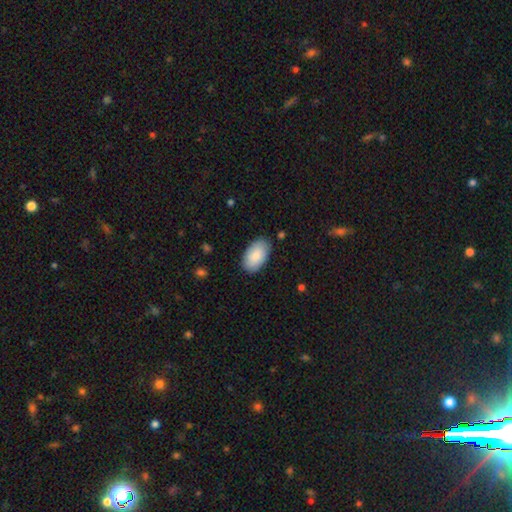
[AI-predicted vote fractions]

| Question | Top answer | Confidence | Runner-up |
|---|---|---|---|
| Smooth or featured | smooth | 86% | featured or disk (9%) |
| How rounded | in between | 95% | round (3%) |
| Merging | none | 85% | minor disturbance (11%) |